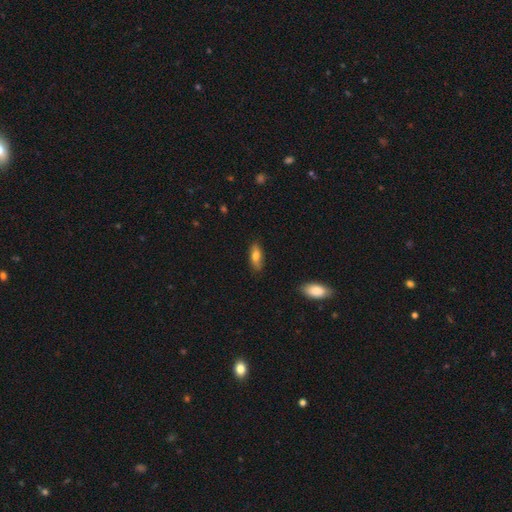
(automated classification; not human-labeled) Q: Smooth or featured?
A: smooth (75%); runner-up: featured or disk (18%)
Q: How rounded?
A: in between (74%); runner-up: cigar-shaped (23%)
Q: Merging?
A: none (82%); runner-up: minor disturbance (14%)